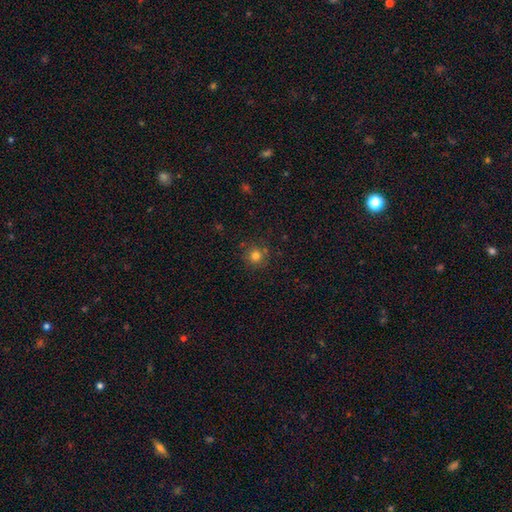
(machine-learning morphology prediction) This appears to be a smooth galaxy with no disk features (79%) that is round (93%). Merging: none (83%).